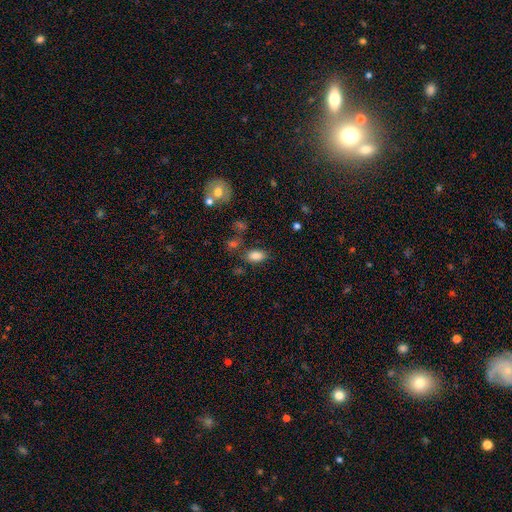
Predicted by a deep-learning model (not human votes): Smooth or featured: smooth — 84% (star or artifact — 10%)
How rounded: in between — 90% (round — 8%)
Merging: none — 73% (minor disturbance — 15%)